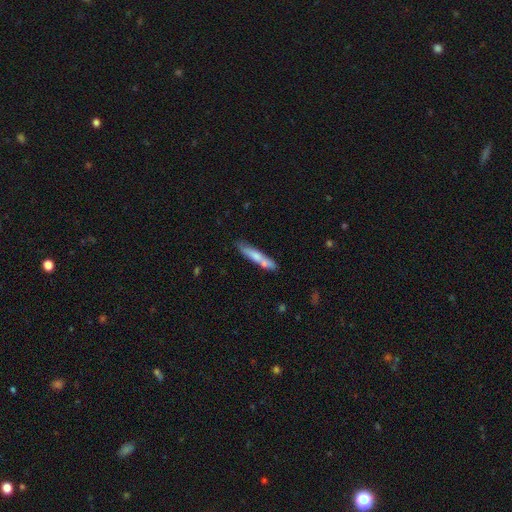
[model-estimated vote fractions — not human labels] Smooth or featured: smooth — 62% (featured or disk — 32%)
How rounded: cigar-shaped — 91% (in between — 8%)
Merging: none — 67% (minor disturbance — 15%)